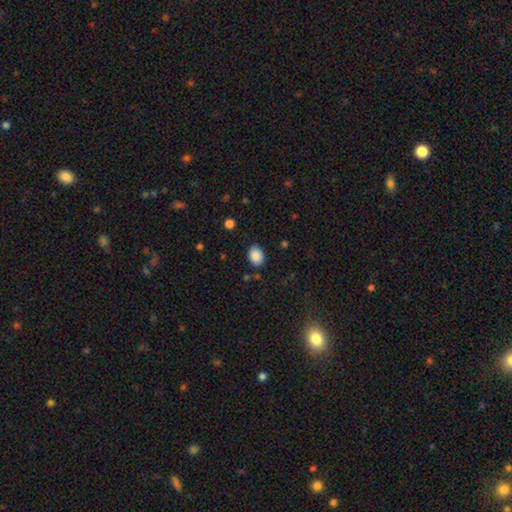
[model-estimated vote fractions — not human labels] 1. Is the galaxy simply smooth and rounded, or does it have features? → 88% smooth, 8% star or artifact, 4% featured or disk.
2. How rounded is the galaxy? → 68% in between, 31% round, 1% cigar-shaped.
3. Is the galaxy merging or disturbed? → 83% none, 12% minor disturbance, 3% major disturbance, 2% merger.